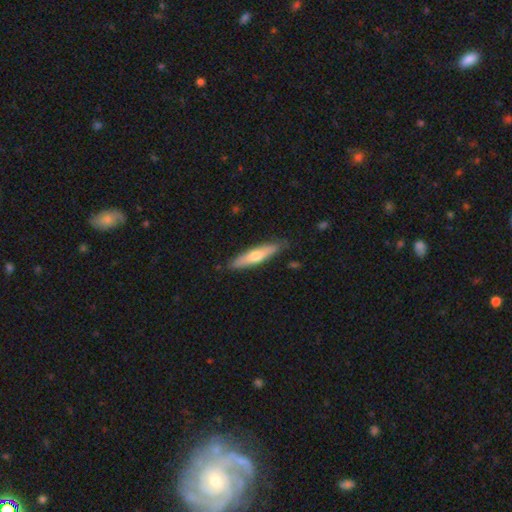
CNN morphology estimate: type=smooth (55%); roundness=cigar-shaped (80%); merging=none (86%).